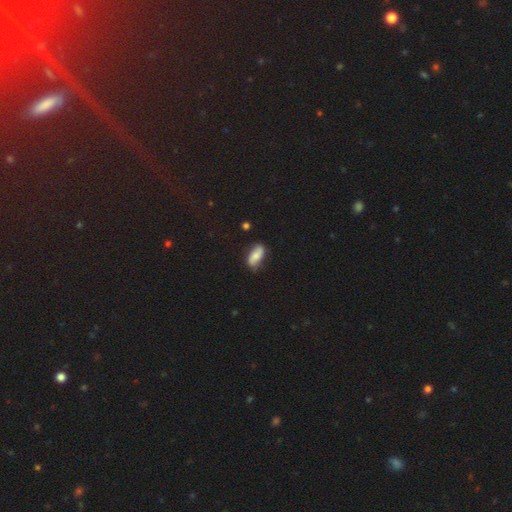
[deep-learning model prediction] The model was most divided on "smooth or featured": smooth: 66%, featured or disk: 27%, star or artifact: 7%. More confident: how rounded — in between (86%); merging — none (75%).